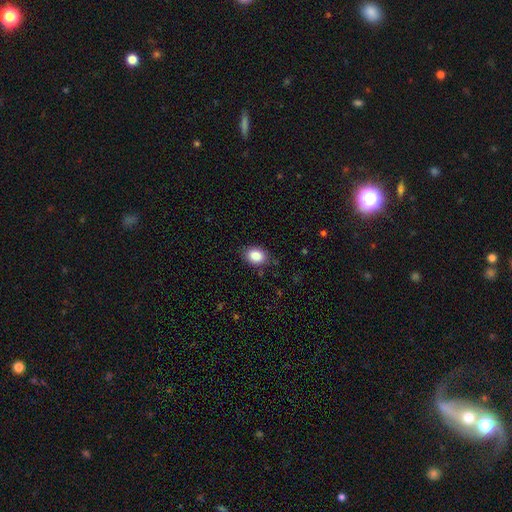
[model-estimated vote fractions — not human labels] A smooth galaxy with no disk features (86%) that is in between round and cigar-shaped (63%). Merging: none (82%).